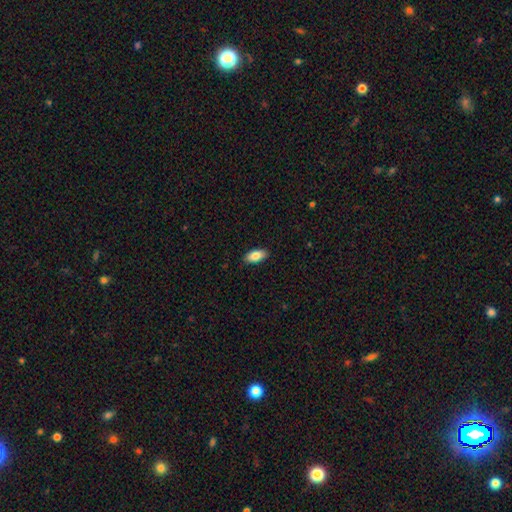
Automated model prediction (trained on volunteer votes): Smooth or featured: smooth — 85% (featured or disk — 8%)
How rounded: in between — 91% (cigar-shaped — 6%)
Merging: none — 88% (minor disturbance — 9%)